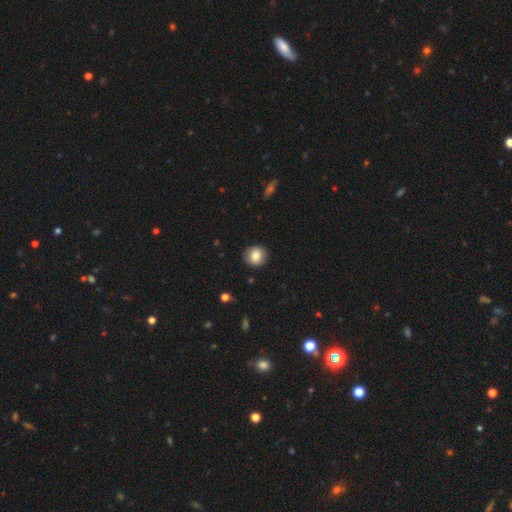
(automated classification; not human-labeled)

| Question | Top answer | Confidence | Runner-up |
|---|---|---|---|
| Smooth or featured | smooth | 82% | featured or disk (9%) |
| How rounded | round | 88% | in between (11%) |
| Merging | none | 88% | minor disturbance (8%) |